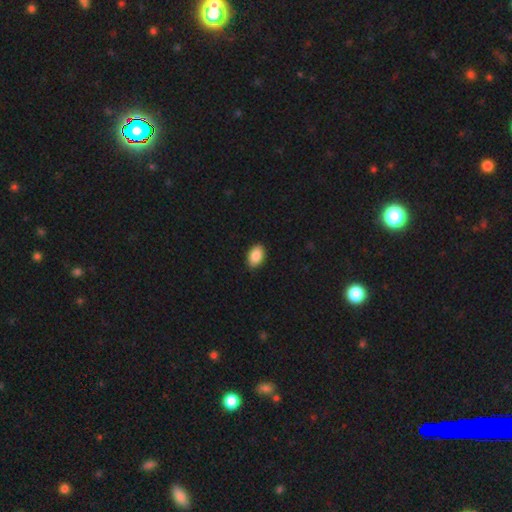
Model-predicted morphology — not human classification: Smooth or featured: smooth — 89% (star or artifact — 7%)
How rounded: in between — 90% (round — 9%)
Merging: none — 89% (minor disturbance — 8%)